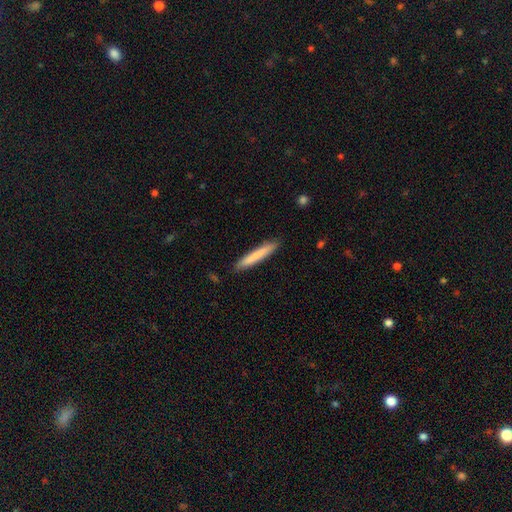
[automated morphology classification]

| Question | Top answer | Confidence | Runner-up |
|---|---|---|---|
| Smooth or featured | smooth | 79% | featured or disk (15%) |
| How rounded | cigar-shaped | 95% | in between (4%) |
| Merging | none | 89% | minor disturbance (8%) |